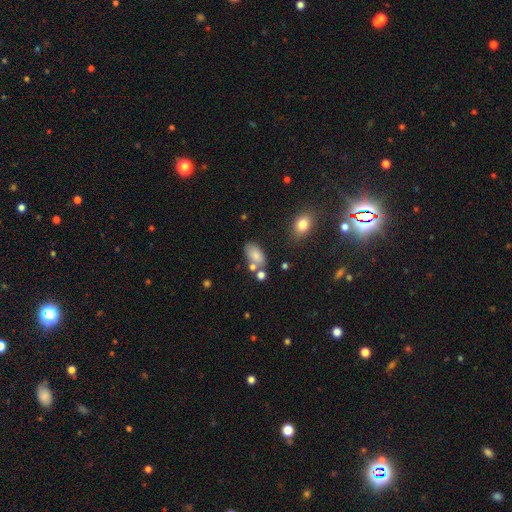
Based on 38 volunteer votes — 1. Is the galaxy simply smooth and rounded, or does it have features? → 74% smooth, 24% featured or disk, 3% star or artifact.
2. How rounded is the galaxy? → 96% in between, 4% round, 0% cigar-shaped.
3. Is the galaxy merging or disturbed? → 65% none, 14% minor disturbance, 14% merger, 8% major disturbance.